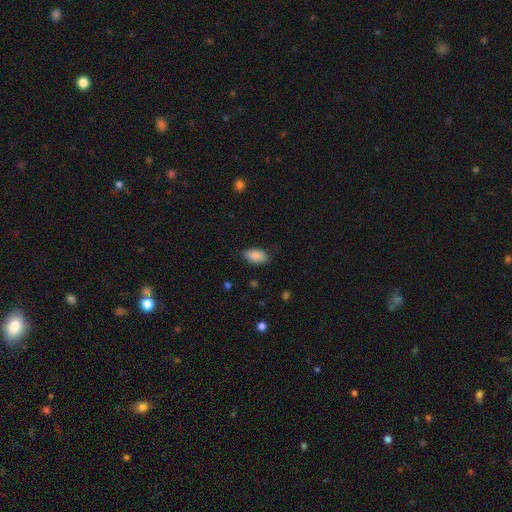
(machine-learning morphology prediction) Smooth or featured? smooth (88%)
How rounded? in between (94%)
Merging? none (83%)